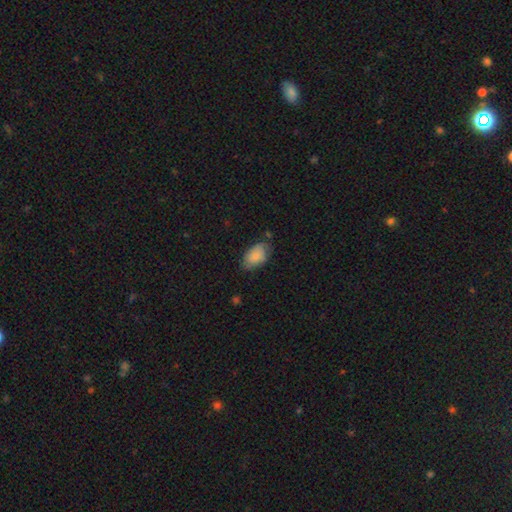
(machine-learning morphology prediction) smooth-or-featured: smooth: 79% | featured or disk: 15% | star or artifact: 7%
  how-rounded: in between: 92% | round: 6% | cigar-shaped: 2%
  merging: none: 61% | minor disturbance: 30% | major disturbance: 6% | merger: 2%